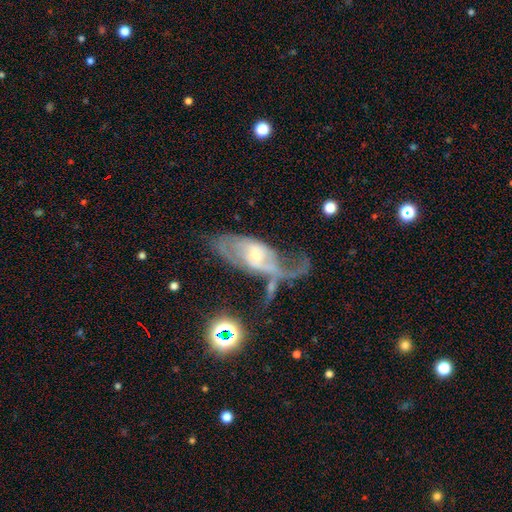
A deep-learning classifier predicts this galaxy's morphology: Smooth or featured?
  - featured or disk: 76% *
  - smooth: 16%
  - star or artifact: 8%
Edge-on disk?
  - no: 90% *
  - yes: 10%
Bar?
  - no: 63% *
  - weak: 29%
  - strong: 8%
Spiral arms?
  - yes: 81% *
  - no: 19%
Spiral winding?
  - medium: 39% *
  - loose: 33%
  - tight: 28%
Spiral arm count?
  - 2: 51% *
  - can't tell: 28%
  - 1: 14%
  - 3: 4%
  - 4: 2%
  - more than 4: 2%
Bulge size?
  - small: 57% *
  - moderate: 38%
  - large: 3%
  - none: 1%
  - dominant: 1%
Merging?
  - major disturbance: 38% *
  - none: 27%
  - minor disturbance: 19%
  - merger: 15%